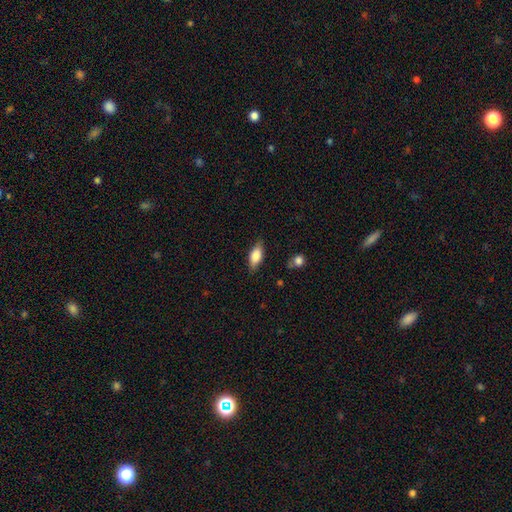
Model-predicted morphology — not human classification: A smooth galaxy with no disk features (74%) that is in between round and cigar-shaped (79%). Merging: none (79%).